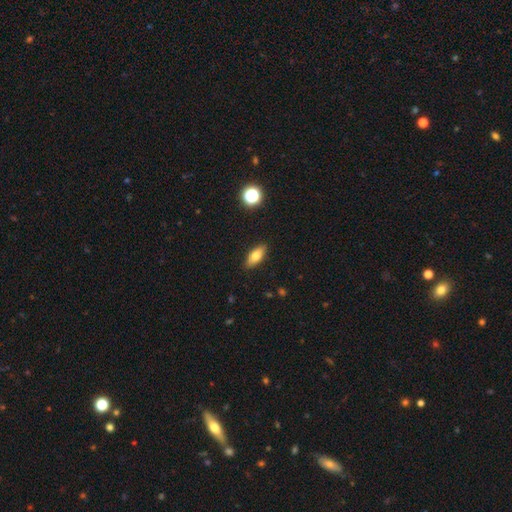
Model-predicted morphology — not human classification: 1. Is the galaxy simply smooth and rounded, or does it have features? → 72% smooth, 20% featured or disk, 8% star or artifact.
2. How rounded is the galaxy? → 77% in between, 19% cigar-shaped, 4% round.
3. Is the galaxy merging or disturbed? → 88% none, 9% minor disturbance, 2% major disturbance, 1% merger.